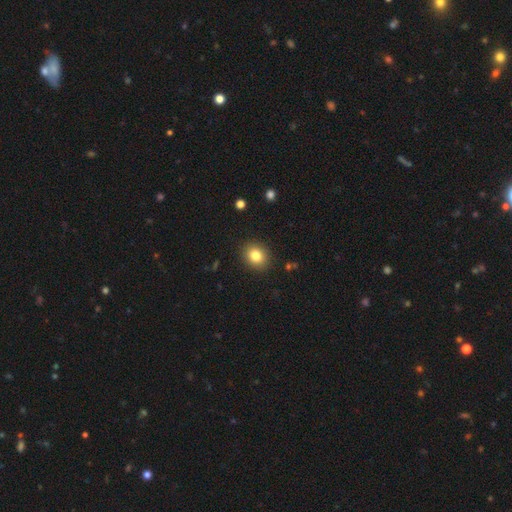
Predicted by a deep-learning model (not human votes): Smooth or featured: smooth — 82% (star or artifact — 10%)
How rounded: round — 65% (in between — 34%)
Merging: none — 90% (minor disturbance — 7%)